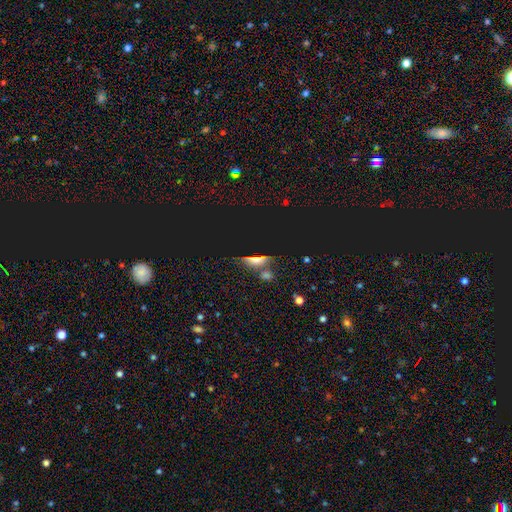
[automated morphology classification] smooth_or_featured: star or artifact (p=0.47) [alt: smooth p=0.33]